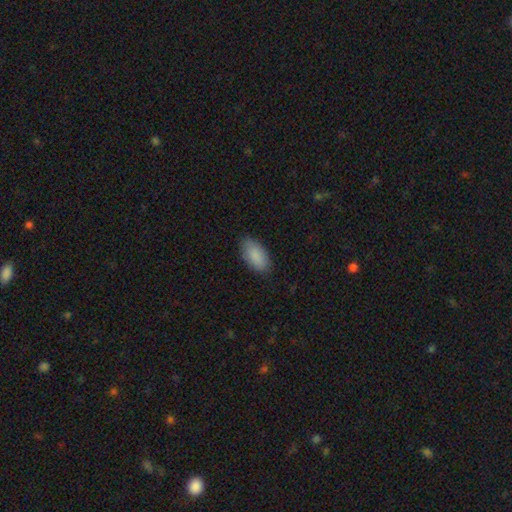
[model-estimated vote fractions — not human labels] The model was most divided on "merging": none: 83%, minor disturbance: 13%, major disturbance: 3%, merger: 1%. More confident: how rounded — in between (93%); smooth or featured — smooth (88%).